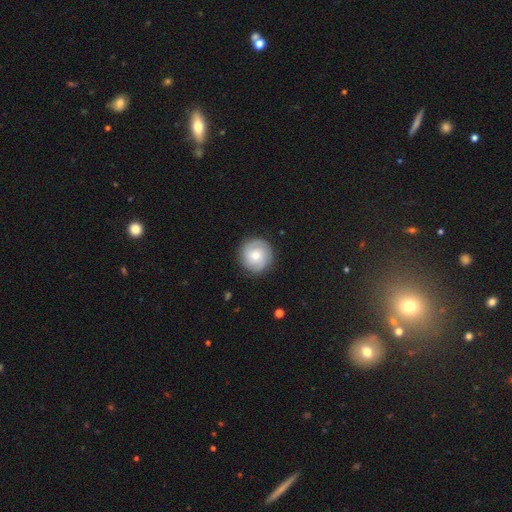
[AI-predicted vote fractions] smooth-or-featured: featured or disk: 60% | smooth: 33% | star or artifact: 6%
  disk-edge-on: no: 98% | yes: 2%
    bar: no: 70% | weak: 25% | strong: 5%
    has-spiral-arms: yes: 88% | no: 12%
      spiral-winding: tight: 62% | medium: 29% | loose: 9%
      spiral-arm-count: 2: 38% | can't tell: 24% | 3: 24% | 1: 5% | 4: 5% | more than 4: 4%
    bulge-size: moderate: 57% | small: 38% | large: 3% | none: 1% | dominant: 1%
  merging: none: 87% | minor disturbance: 9% | major disturbance: 3% | merger: 1%